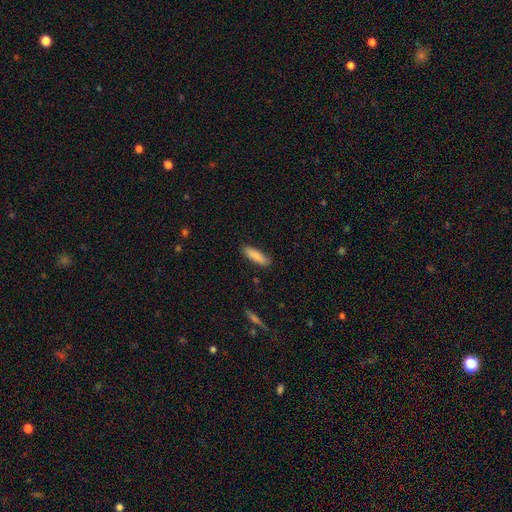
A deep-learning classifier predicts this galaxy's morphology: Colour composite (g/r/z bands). It shows a smooth galaxy with no disk features (85%) that is cigar-shaped (58%). Merging: none (85%).